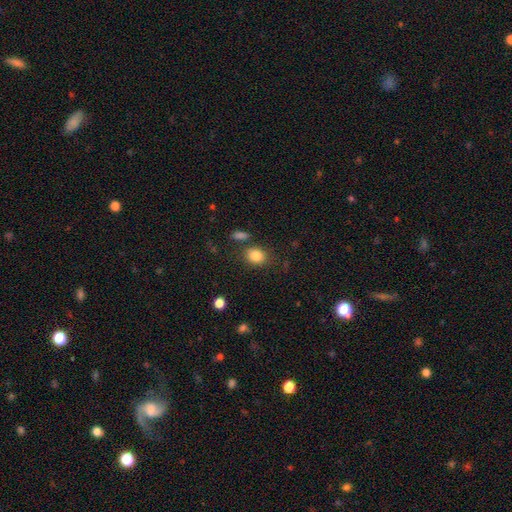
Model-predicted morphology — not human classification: Smooth or featured?
  - smooth: 84% *
  - star or artifact: 10%
  - featured or disk: 6%
How rounded?
  - round: 56% *
  - in between: 43%
  - cigar-shaped: 1%
Merging?
  - none: 77% *
  - minor disturbance: 12%
  - merger: 7%
  - major disturbance: 4%